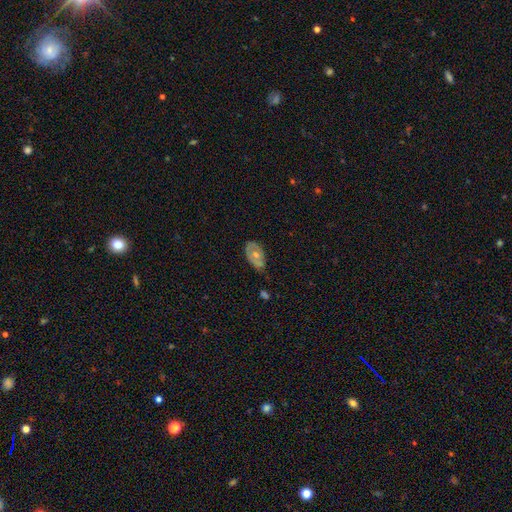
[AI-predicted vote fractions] smooth-or-featured: featured or disk: 47% | smooth: 46% | star or artifact: 7%
  merging: none: 50% | minor disturbance: 37% | major disturbance: 10% | merger: 4%